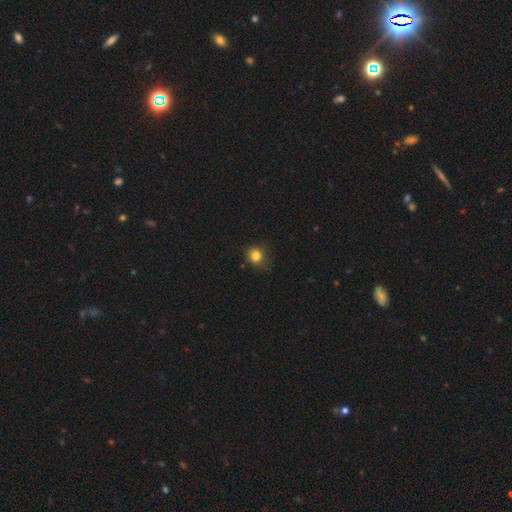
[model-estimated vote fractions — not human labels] A smooth galaxy with no disk features (81%) that is round (86%). Merging: none (75%).